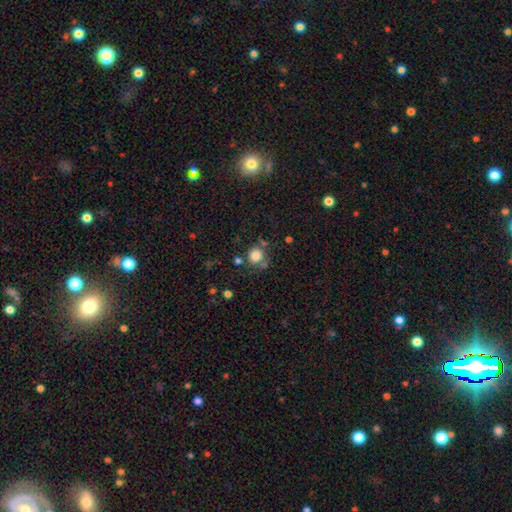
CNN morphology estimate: Q: Smooth or featured?
A: smooth (82%); runner-up: star or artifact (12%)
Q: How rounded?
A: round (86%); runner-up: in between (13%)
Q: Merging?
A: none (69%); runner-up: minor disturbance (14%)